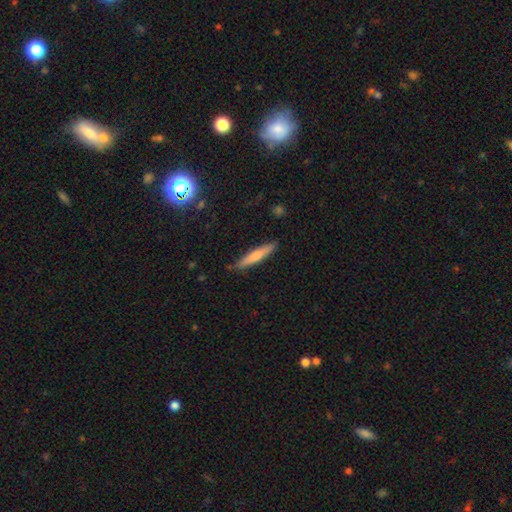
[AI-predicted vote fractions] A smooth galaxy with no disk features (52%) that is cigar-shaped (91%). Merging: none (89%).